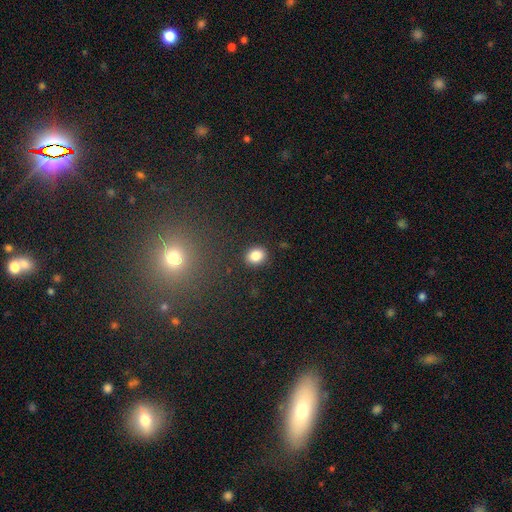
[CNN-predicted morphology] The model was most divided on "how rounded": round: 62%, in between: 37%, cigar-shaped: 1%. More confident: merging — none (90%); smooth or featured — smooth (84%).